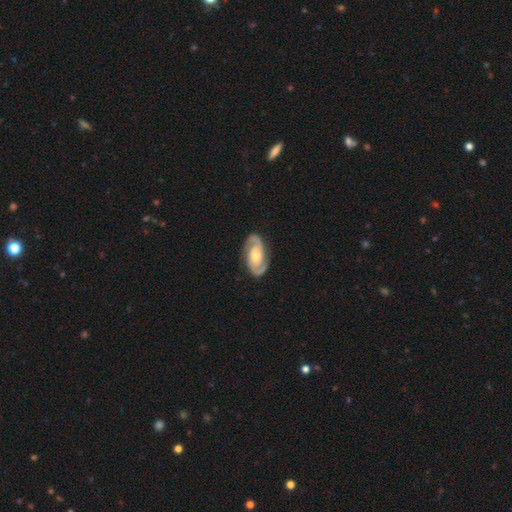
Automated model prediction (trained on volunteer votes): A featured or disk galaxy (87%) with no bar (61%), 2 (92%) medium (45%) spiral arms (96%) and a moderate central bulge (58%).

Vote fractions:
- Smooth or featured? featured or disk: 87% / smooth: 9% / star or artifact: 4%
- Edge-on disk? no: 96% / yes: 4%
- Bar? no: 61% / weak: 29% / strong: 11%
- Spiral arms? yes: 96% / no: 4%
- Spiral winding? medium: 45% / tight: 44% / loose: 11%
- Spiral arm count? 2: 92% / can't tell: 3% / 1: 1% / 3: 1% / 4: 1% / more than 4: 1%
- Bulge size? moderate: 58% / small: 33% / large: 6% / none: 2% / dominant: 1%
- Merging? none: 85% / minor disturbance: 11% / major disturbance: 3% / merger: 1%